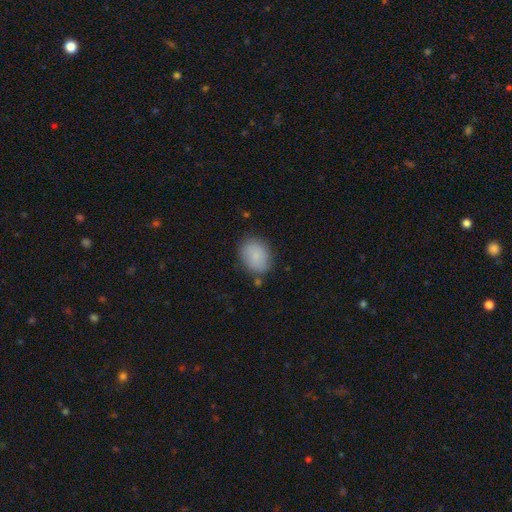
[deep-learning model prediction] Smooth or featured? smooth (83%)
How rounded? in between (55%)
Merging? none (77%)